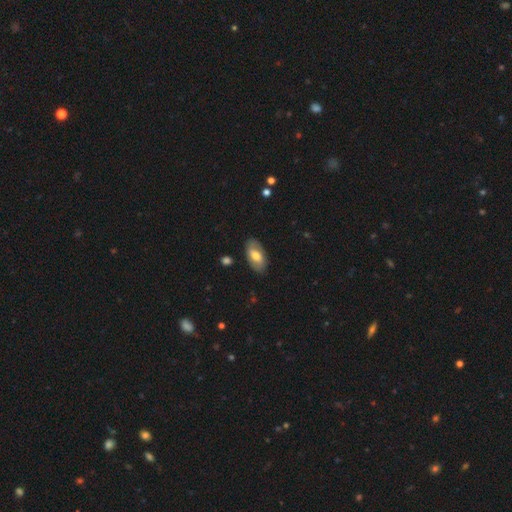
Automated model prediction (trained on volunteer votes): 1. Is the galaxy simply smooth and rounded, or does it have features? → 58% smooth, 36% featured or disk, 6% star or artifact.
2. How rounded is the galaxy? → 93% in between, 4% round, 3% cigar-shaped.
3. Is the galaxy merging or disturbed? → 83% none, 12% minor disturbance, 3% major disturbance, 1% merger.